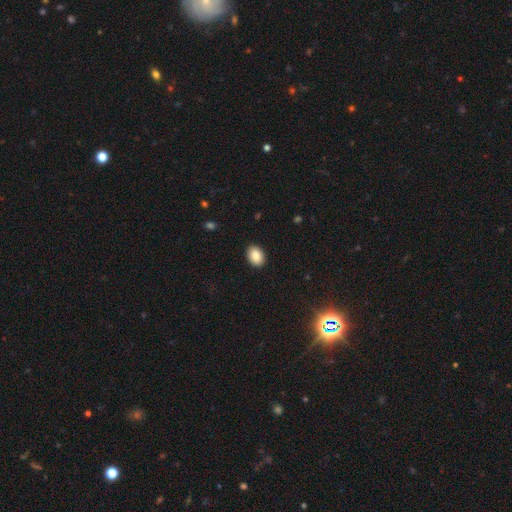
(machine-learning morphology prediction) type=smooth (85%); roundness=in between (78%); merging=none (91%).